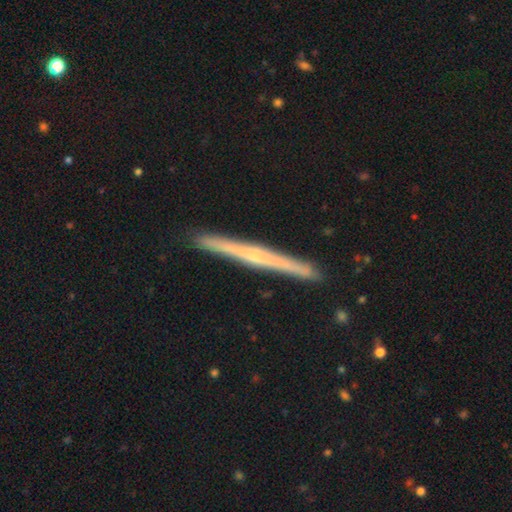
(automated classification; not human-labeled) The model was most divided on "edge-on bulge": none: 48%, rounded: 46%, boxy: 6%. More confident: edge-on disk — yes (98%); merging — none (92%); smooth or featured — featured or disk (69%).